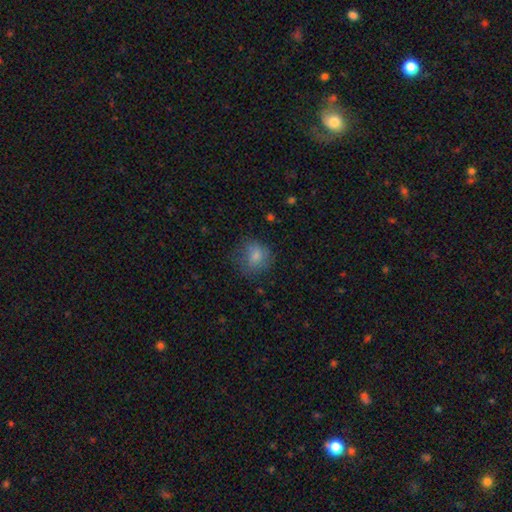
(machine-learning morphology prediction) smooth-or-featured: smooth: 76% | featured or disk: 15% | star or artifact: 10%
  how-rounded: round: 73% | in between: 26% | cigar-shaped: 1%
  merging: none: 62% | minor disturbance: 23% | major disturbance: 13% | merger: 2%